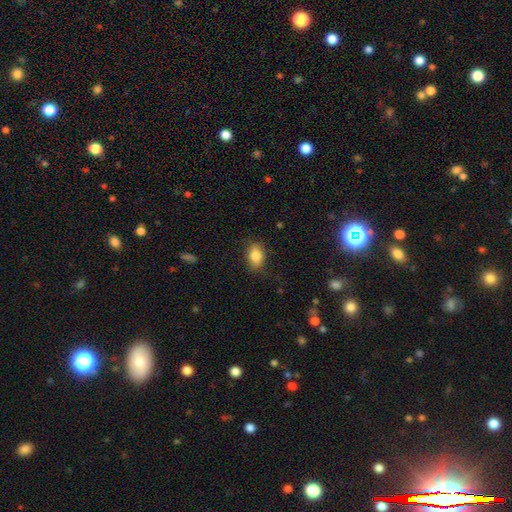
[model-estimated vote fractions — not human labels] smooth_or_featured: smooth (p=0.83) [alt: featured or disk p=0.09]
how_rounded: in between (p=0.73) [alt: round p=0.25]
merging: none (p=0.79) [alt: minor disturbance p=0.16]